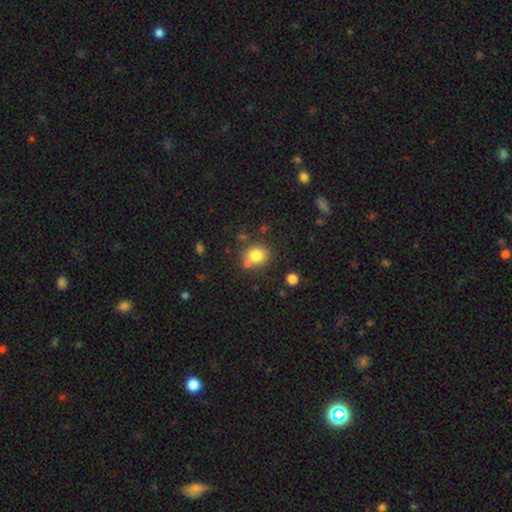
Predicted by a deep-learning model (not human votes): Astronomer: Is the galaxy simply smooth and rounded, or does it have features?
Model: smooth — 80%.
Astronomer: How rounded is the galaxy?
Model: round — 76%.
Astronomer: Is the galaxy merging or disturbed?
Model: none — 73%.